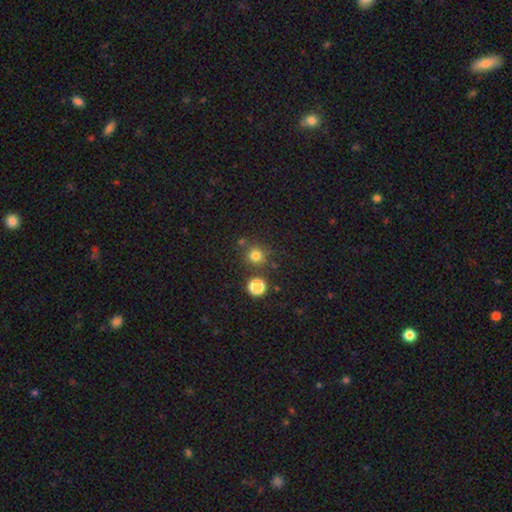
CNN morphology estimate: Smooth or featured: smooth — 78% (star or artifact — 17%)
How rounded: round — 92% (in between — 7%)
Merging: none — 78% (merger — 10%)